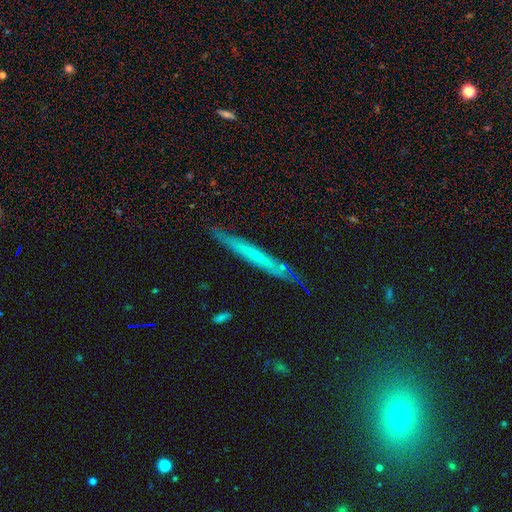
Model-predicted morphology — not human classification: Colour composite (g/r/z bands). It shows a featured or disk galaxy (54%) viewed edge-on (86%). Merging: none (82%).